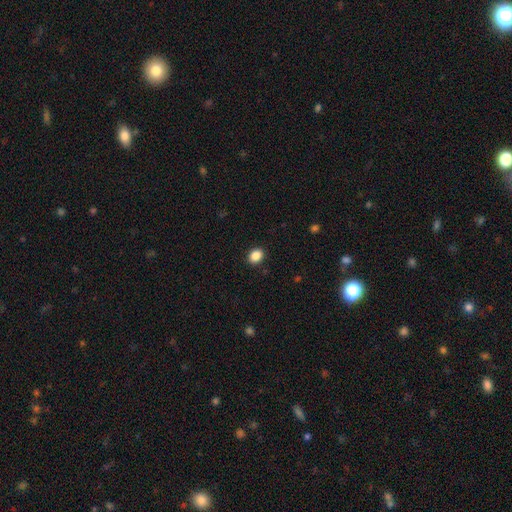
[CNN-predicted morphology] Smooth or featured?
  - smooth: 88% *
  - star or artifact: 9%
  - featured or disk: 3%
How rounded?
  - in between: 56% *
  - round: 43%
  - cigar-shaped: 1%
Merging?
  - none: 90% *
  - minor disturbance: 7%
  - major disturbance: 2%
  - merger: 1%